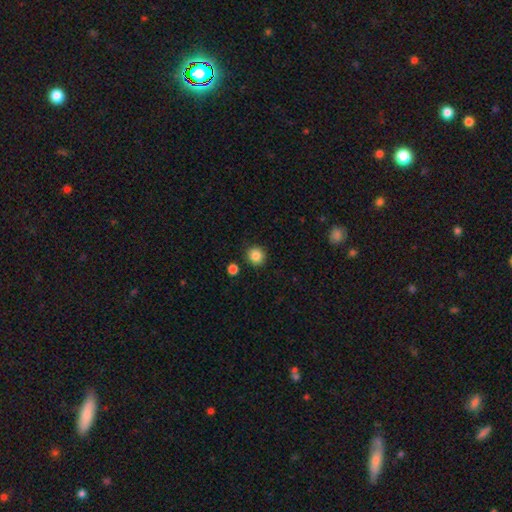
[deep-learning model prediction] This appears to be a smooth galaxy with no disk features (86%) that is round (91%). Merging: none (89%).